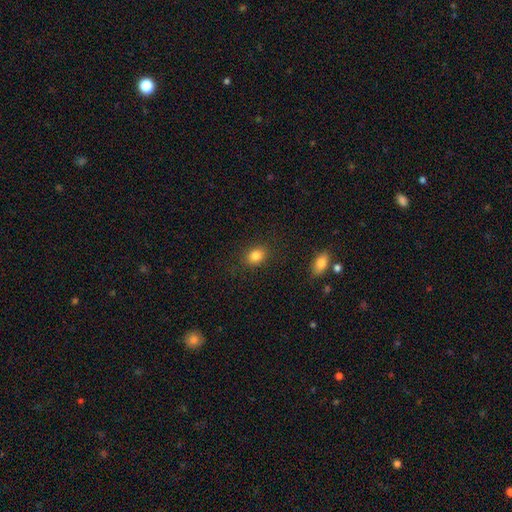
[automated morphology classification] Smooth or featured?
  - smooth: 83% *
  - star or artifact: 10%
  - featured or disk: 6%
How rounded?
  - in between: 54% *
  - round: 45%
  - cigar-shaped: 1%
Merging?
  - none: 86% *
  - minor disturbance: 9%
  - major disturbance: 3%
  - merger: 1%